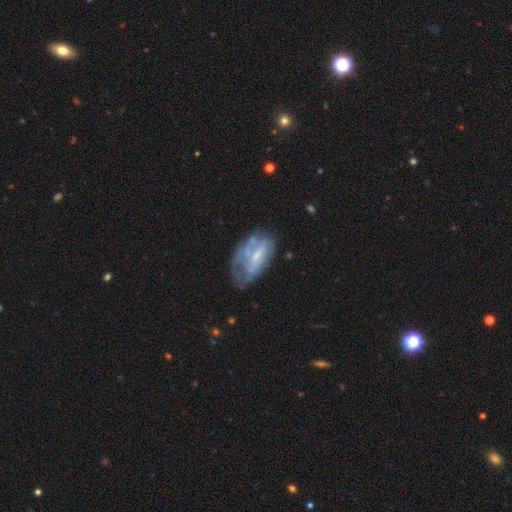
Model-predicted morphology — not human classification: Smooth or featured: featured or disk — 60% (smooth — 32%)
Edge-on disk: no — 95% (yes — 5%)
Bar: no — 52% (weak — 37%)
Spiral arms: no — 56% (yes — 44%)
Bulge size: small — 50% (moderate — 25%)
Merging: none — 40% (minor disturbance — 29%)